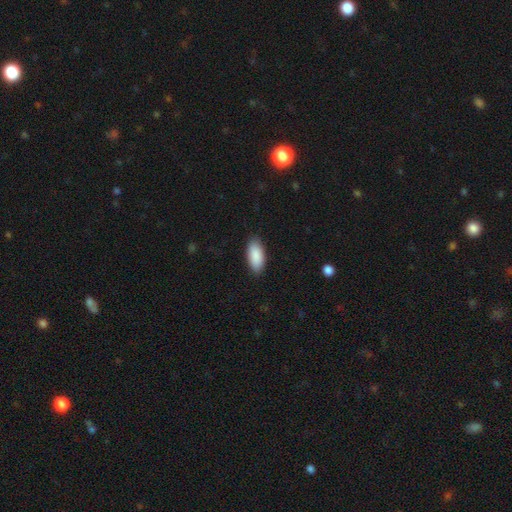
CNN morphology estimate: Smooth or featured? smooth (90%)
How rounded? in between (90%)
Merging? none (87%)